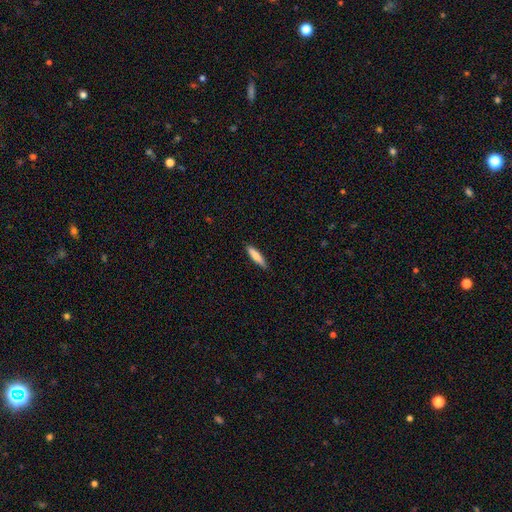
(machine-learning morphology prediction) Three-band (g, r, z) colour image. It shows a smooth galaxy with no disk features (72%) that is cigar-shaped (81%). Merging: none (87%).